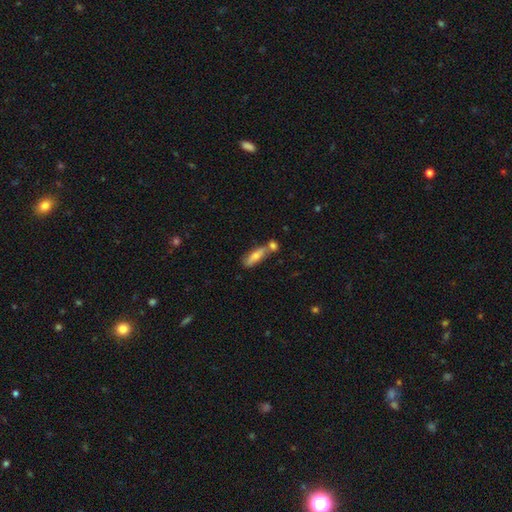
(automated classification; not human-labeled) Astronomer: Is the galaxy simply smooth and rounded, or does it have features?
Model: smooth — 65%.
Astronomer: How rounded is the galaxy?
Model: cigar-shaped — 57% (runner-up: in between, 40%).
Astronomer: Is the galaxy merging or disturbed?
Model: none — 52% (runner-up: merger, 30%).